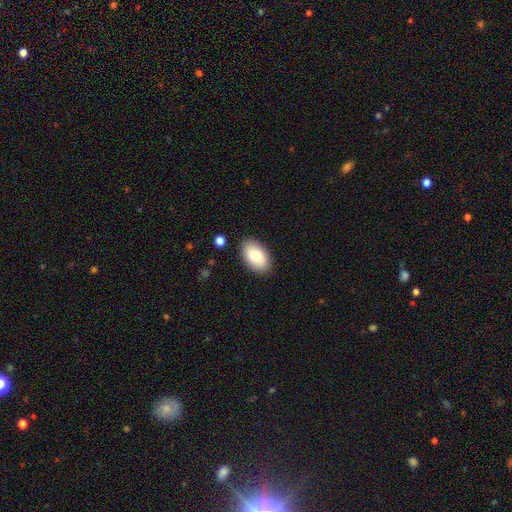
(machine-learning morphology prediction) Overall: smooth (82%). How rounded: in between (93%). Merging: none (88%).